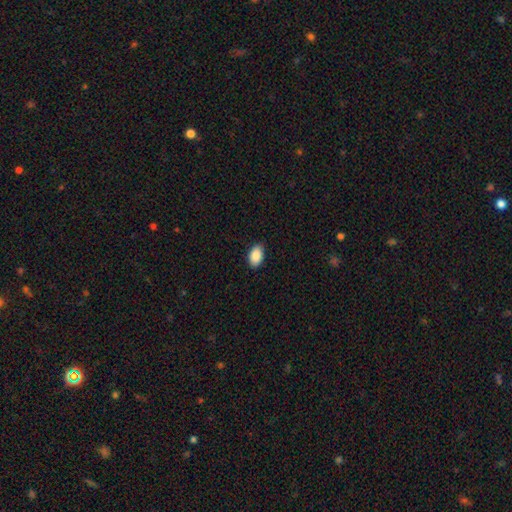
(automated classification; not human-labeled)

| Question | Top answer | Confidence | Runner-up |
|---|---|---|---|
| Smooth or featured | smooth | 89% | star or artifact (7%) |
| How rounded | in between | 92% | round (7%) |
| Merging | none | 85% | minor disturbance (12%) |